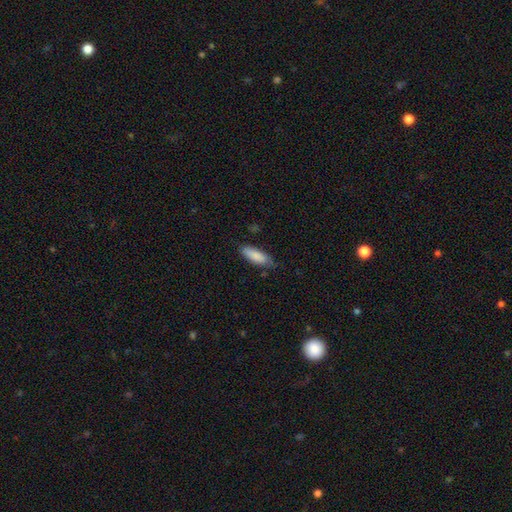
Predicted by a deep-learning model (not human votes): Morphology: type=smooth (87%); roundness=in between (62%); merging=none (75%).